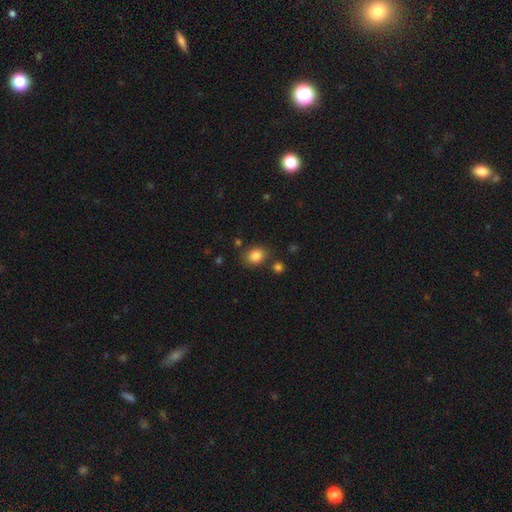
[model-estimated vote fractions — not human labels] Smooth or featured: smooth — 84% (star or artifact — 11%)
How rounded: round — 57% (in between — 42%)
Merging: none — 79% (minor disturbance — 11%)